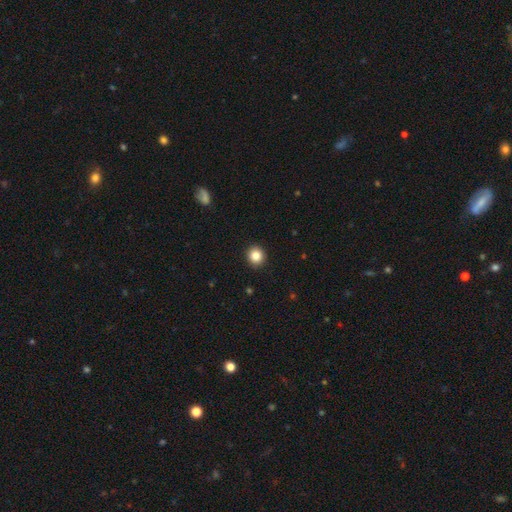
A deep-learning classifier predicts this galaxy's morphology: A smooth galaxy with no disk features (86%) that is round (90%).

Vote fractions:
- Smooth or featured? smooth: 86% / star or artifact: 10% / featured or disk: 4%
- How rounded? round: 90% / in between: 9% / cigar-shaped: 1%
- Merging? none: 92% / minor disturbance: 5% / major disturbance: 2% / merger: 1%